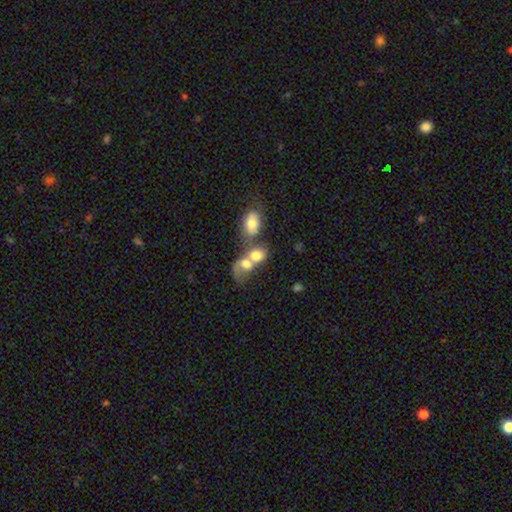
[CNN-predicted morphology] This appears to be a smooth galaxy with no disk features (71%) that is in between round and cigar-shaped (55%). Merging: merger (70%).